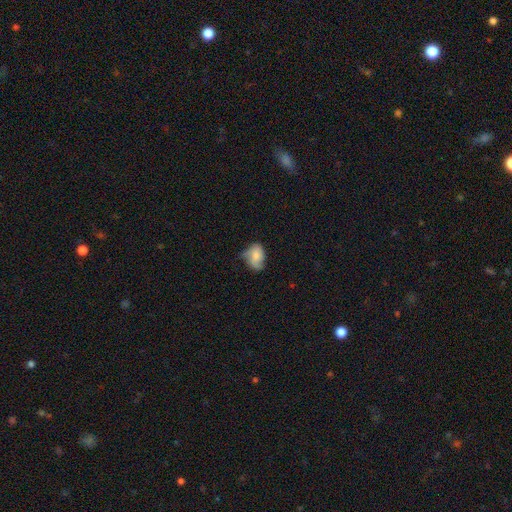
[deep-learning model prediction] Overall: smooth (67%). How rounded: in between (79%). Merging: none (44%; minor disturbance 38%).